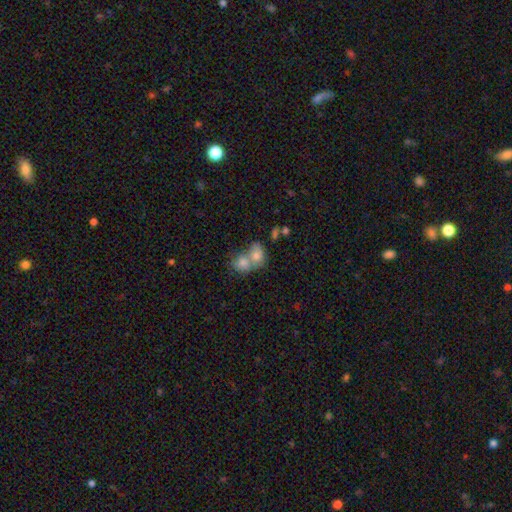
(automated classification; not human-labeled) Q: Smooth or featured?
A: smooth (72%); runner-up: featured or disk (17%)
Q: How rounded?
A: round (51%); runner-up: in between (47%)
Q: Merging?
A: merger (71%); runner-up: none (20%)